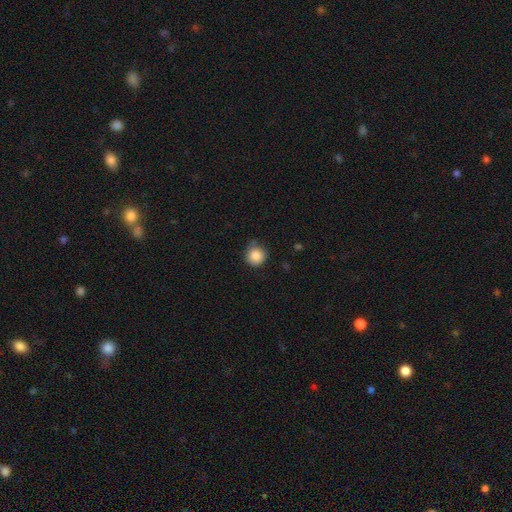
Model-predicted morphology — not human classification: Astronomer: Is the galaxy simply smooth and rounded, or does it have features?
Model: smooth — 86%.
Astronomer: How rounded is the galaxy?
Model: round — 93%.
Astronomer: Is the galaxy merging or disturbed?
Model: none — 70%.